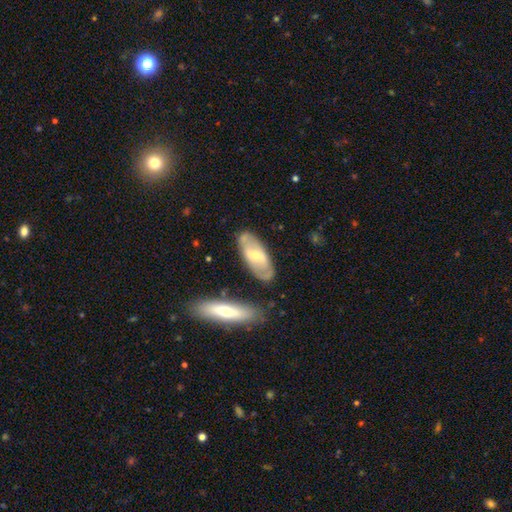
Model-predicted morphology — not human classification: Overall: featured or disk (54%; smooth 40%). Edge-on disk: no (84%). Merging: none (77%).